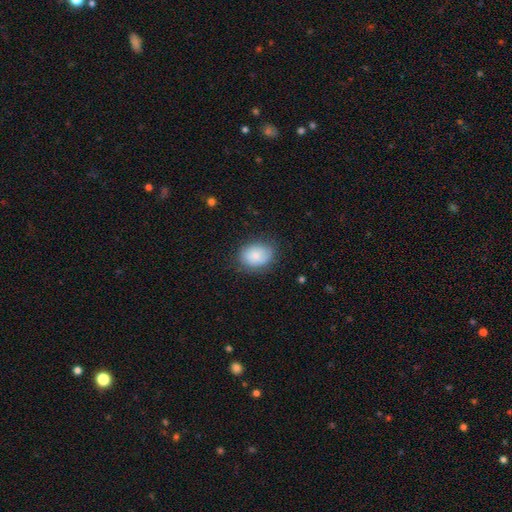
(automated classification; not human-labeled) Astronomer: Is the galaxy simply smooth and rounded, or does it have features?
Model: smooth — 77%.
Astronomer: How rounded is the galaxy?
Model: in between — 58% (runner-up: round, 41%).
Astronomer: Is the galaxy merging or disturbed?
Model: none — 76%.